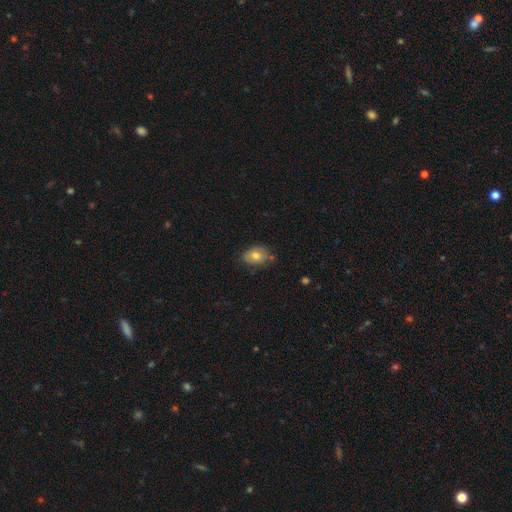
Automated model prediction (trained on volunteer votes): smooth-or-featured: smooth: 75% | featured or disk: 16% | star or artifact: 9%
  how-rounded: in between: 73% | round: 26% | cigar-shaped: 1%
  merging: none: 70% | minor disturbance: 22% | merger: 4% | major disturbance: 4%